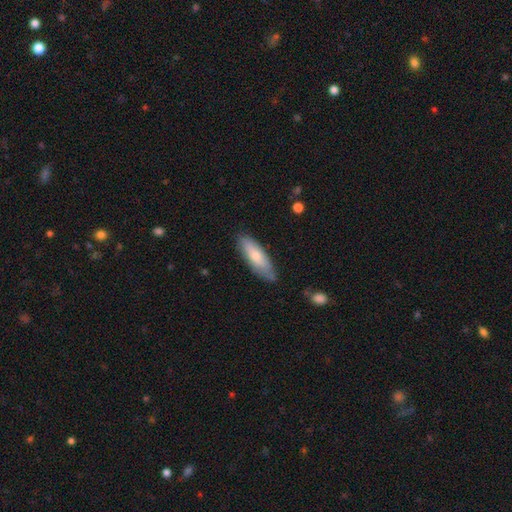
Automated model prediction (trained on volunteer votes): This appears to be a smooth galaxy with no disk features (72%) that is in between round and cigar-shaped (49%, tied with cigar-shaped). Merging: none (76%).